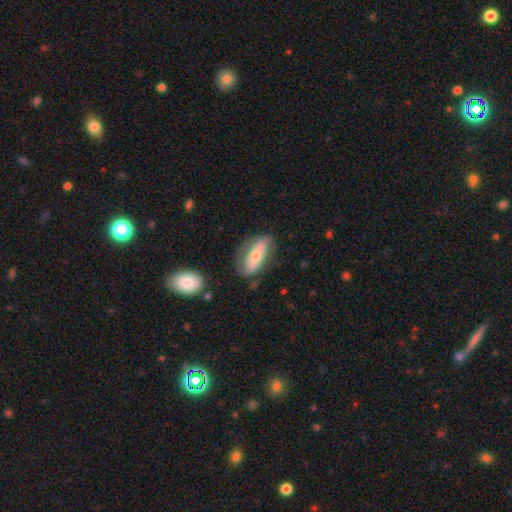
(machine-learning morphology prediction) smooth-or-featured: smooth: 49% | featured or disk: 44% | star or artifact: 6%
  merging: none: 62% | minor disturbance: 23% | major disturbance: 12% | merger: 3%